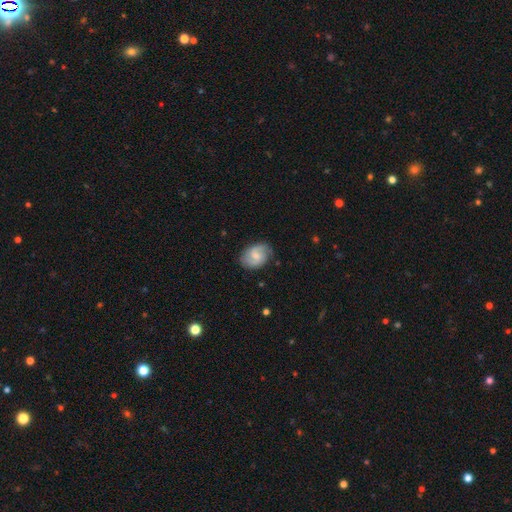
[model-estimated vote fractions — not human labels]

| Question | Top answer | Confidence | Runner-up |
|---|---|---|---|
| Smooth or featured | featured or disk | 64% | smooth (30%) |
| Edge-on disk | no | 98% | yes (2%) |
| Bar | weak | 56% | no (35%) |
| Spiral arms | yes | 92% | no (8%) |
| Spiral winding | medium | 48% | tight (28%) |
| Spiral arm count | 2 | 86% | can't tell (8%) |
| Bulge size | small | 51% | moderate (37%) |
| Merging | none | 79% | minor disturbance (16%) |